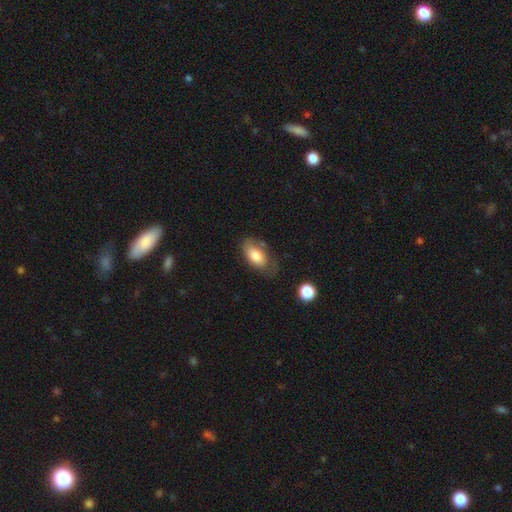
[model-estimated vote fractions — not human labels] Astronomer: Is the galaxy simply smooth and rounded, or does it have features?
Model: smooth — 75%.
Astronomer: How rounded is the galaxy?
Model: in between — 92%.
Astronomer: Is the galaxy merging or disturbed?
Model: none — 56%.